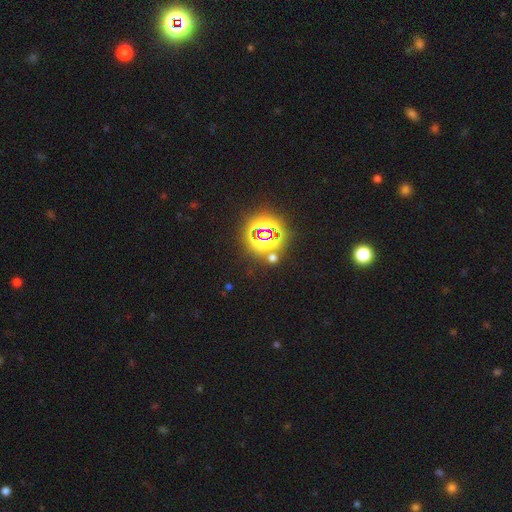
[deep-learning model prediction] smooth-or-featured: star or artifact: 83% | smooth: 11% | featured or disk: 6%